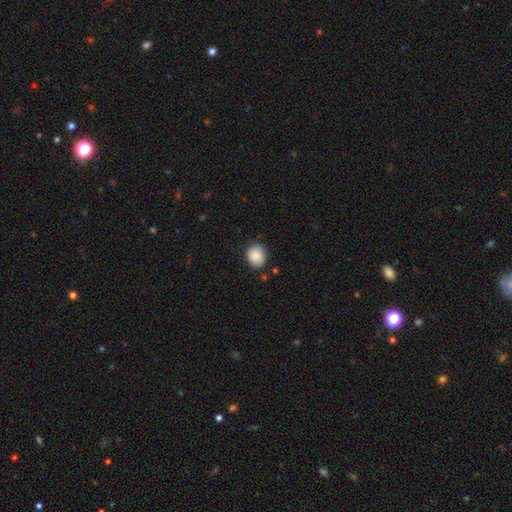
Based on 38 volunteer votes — Smooth or featured? 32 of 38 (84%) said smooth. How rounded? 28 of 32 (88%) said round. Merging? 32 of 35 (91%) said none.